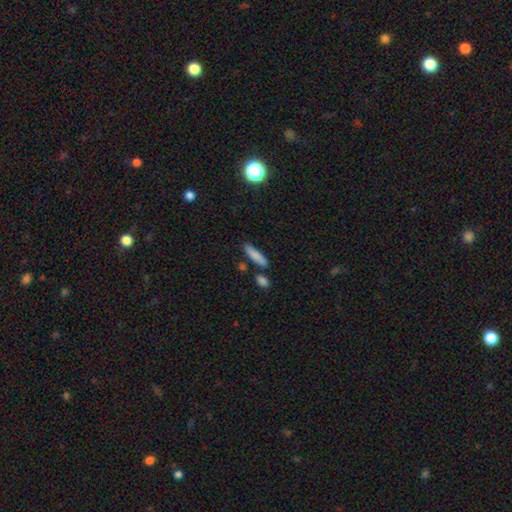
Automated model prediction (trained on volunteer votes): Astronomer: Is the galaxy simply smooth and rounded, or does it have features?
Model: smooth — 81%.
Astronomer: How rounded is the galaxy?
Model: cigar-shaped — 70%.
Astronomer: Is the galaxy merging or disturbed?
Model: none — 77%.